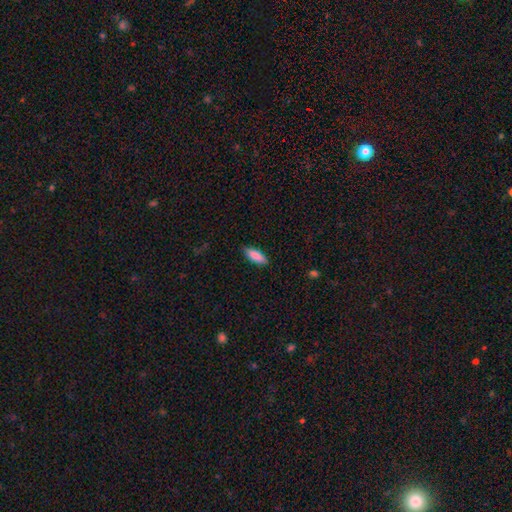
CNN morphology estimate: A smooth galaxy with no disk features (87%) that is in between round and cigar-shaped (62%). Merging: none (86%).